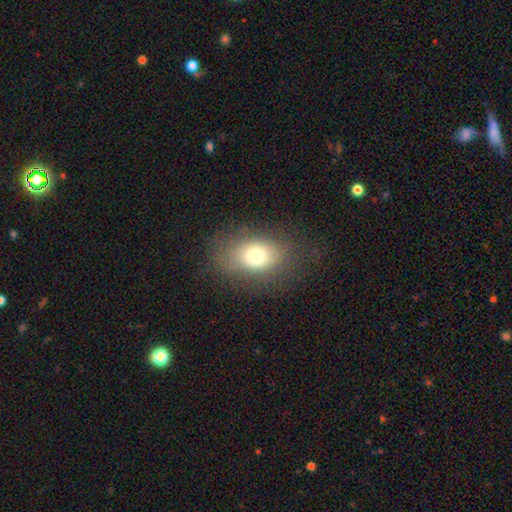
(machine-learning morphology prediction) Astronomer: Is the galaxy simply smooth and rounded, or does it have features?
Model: smooth — 73%.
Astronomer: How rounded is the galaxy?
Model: in between — 73%.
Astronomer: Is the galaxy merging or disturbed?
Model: none — 74%.